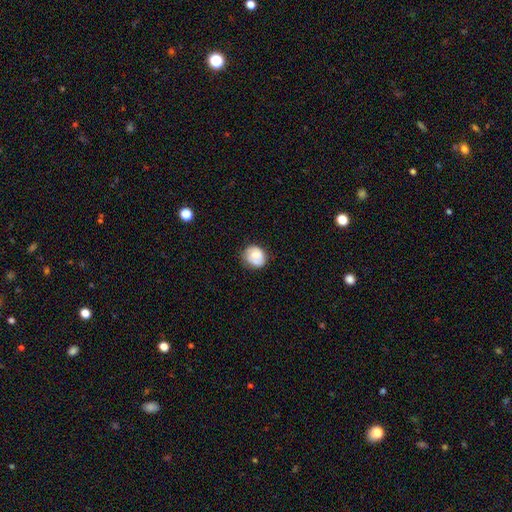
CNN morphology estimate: This appears to be a smooth galaxy with no disk features (71%) that is round (70%). Merging: none (68%).